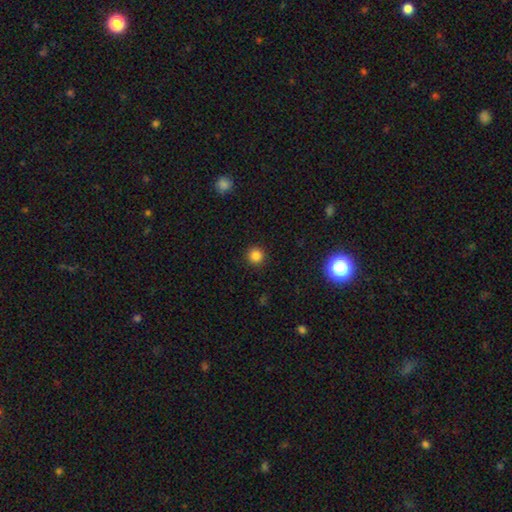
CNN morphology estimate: This is clearly a smooth galaxy (84%). How rounded: clearly round (94%). Merging: clearly none (92%).